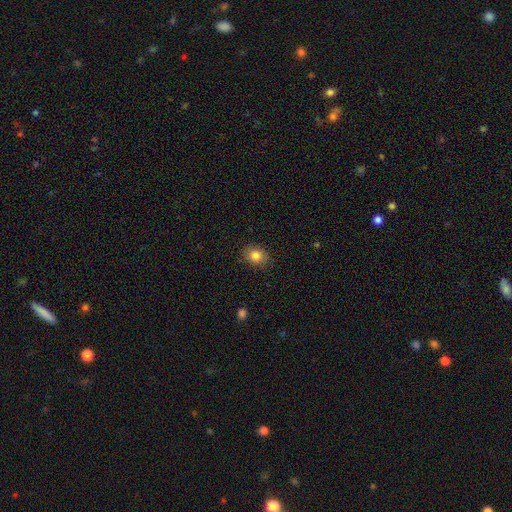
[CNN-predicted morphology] smooth 84%, star or artifact 10%, featured or disk 7%. Down the decision tree: how rounded — round (56%); merging — none (85%).